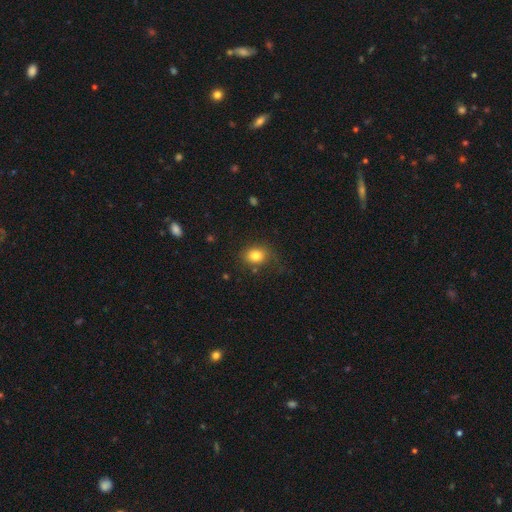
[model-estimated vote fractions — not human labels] Smooth or featured? smooth (80%)
How rounded? round (53%)
Merging? none (72%)